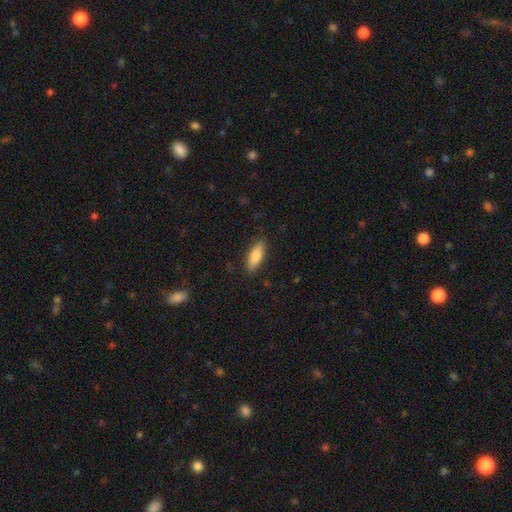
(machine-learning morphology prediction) A smooth galaxy with no disk features (84%) that is in between round and cigar-shaped (72%). Merging: none (85%).